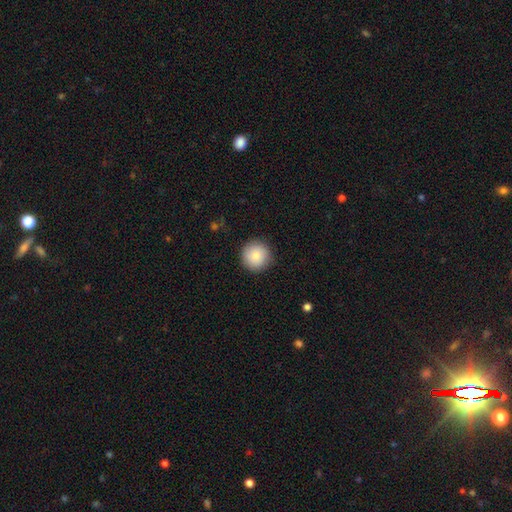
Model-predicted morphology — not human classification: Smooth or featured? Predicted: smooth (p=0.85). How rounded? Predicted: round (p=0.96). Merging? Predicted: none (p=0.90).